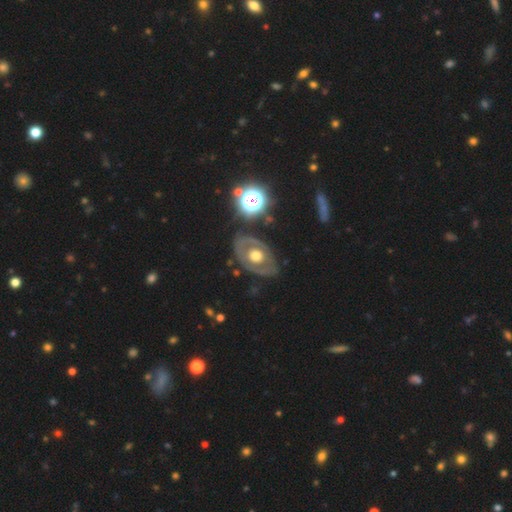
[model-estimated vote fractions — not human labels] Smooth or featured: featured or disk — 63% (smooth — 29%)
Edge-on disk: no — 92% (yes — 8%)
Bar: no — 89% (weak — 8%)
Spiral arms: no — 77% (yes — 23%)
Bulge size: moderate — 55% (large — 36%)
Merging: none — 76% (minor disturbance — 14%)